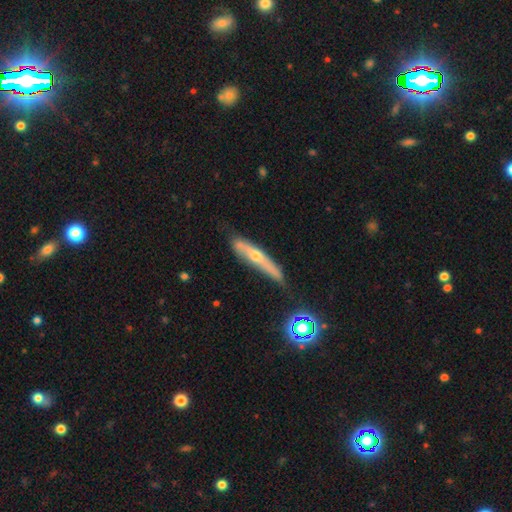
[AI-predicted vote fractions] Smooth or featured?
  - featured or disk: 60% *
  - smooth: 31%
  - star or artifact: 9%
Edge-on disk?
  - yes: 82% *
  - no: 18%
Merging?
  - none: 68% *
  - minor disturbance: 24%
  - major disturbance: 5%
  - merger: 3%